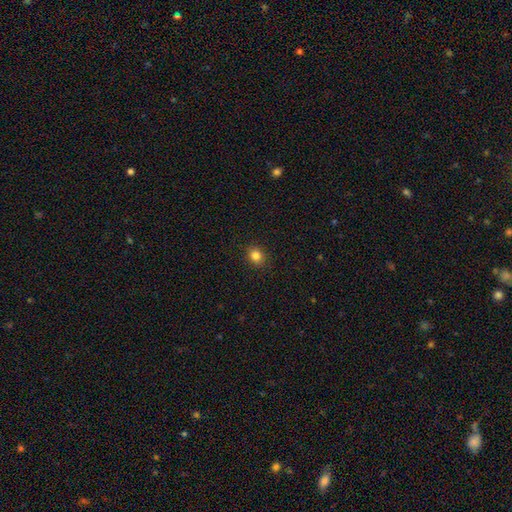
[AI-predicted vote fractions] The model was most divided on "how rounded": round: 72%, in between: 27%, cigar-shaped: 1%. More confident: merging — none (90%); smooth or featured — smooth (83%).